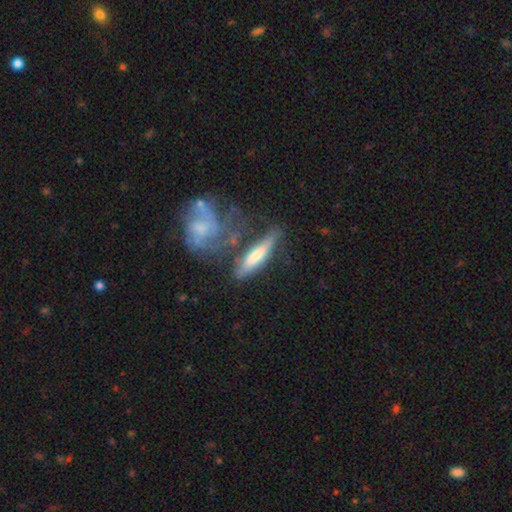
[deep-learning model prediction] Smooth or featured?
  - smooth: 52% *
  - featured or disk: 41%
  - star or artifact: 6%
How rounded?
  - cigar-shaped: 75% *
  - in between: 22%
  - round: 3%
Merging?
  - none: 53% *
  - minor disturbance: 19%
  - merger: 18%
  - major disturbance: 10%